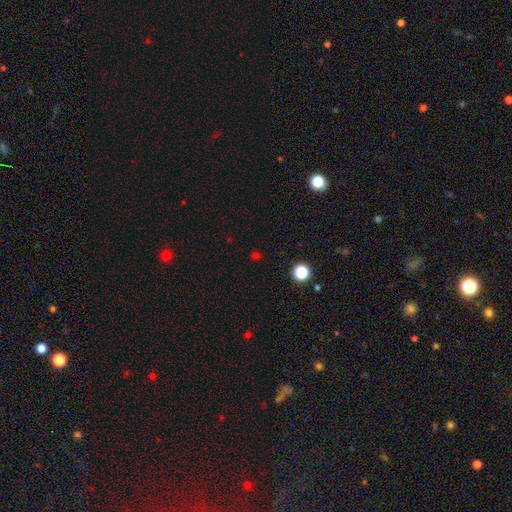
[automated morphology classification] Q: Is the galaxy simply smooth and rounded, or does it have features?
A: smooth — 49%.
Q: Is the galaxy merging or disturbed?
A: none — 84%.